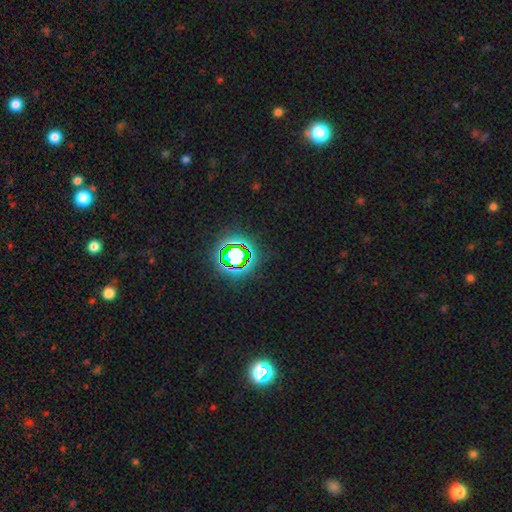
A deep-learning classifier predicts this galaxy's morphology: Overall: star or artifact (75%).